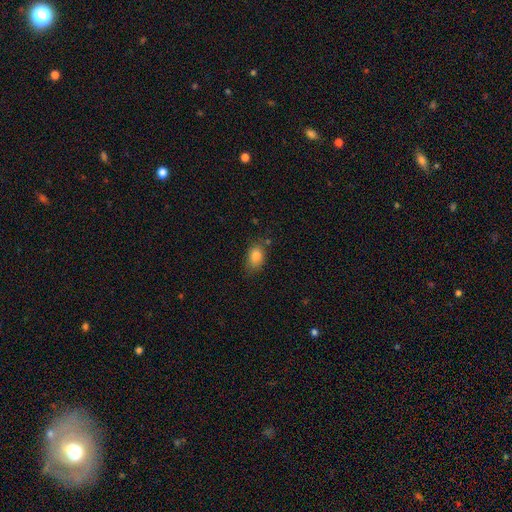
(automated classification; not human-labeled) Q: Smooth or featured?
A: smooth (85%); runner-up: star or artifact (9%)
Q: How rounded?
A: in between (81%); runner-up: round (17%)
Q: Merging?
A: none (68%); runner-up: minor disturbance (23%)